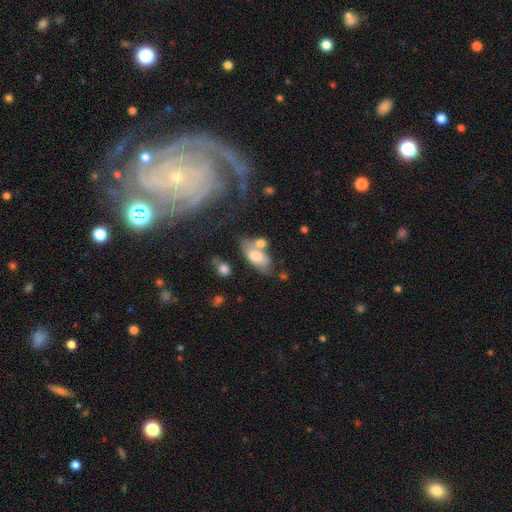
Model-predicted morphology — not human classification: type=smooth (68%); roundness=in between (87%); merging=none (42%).